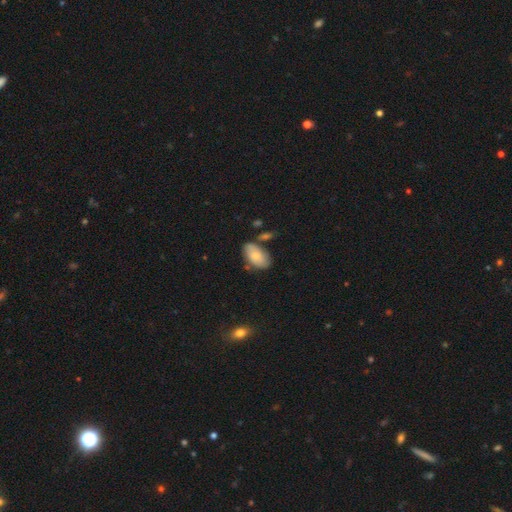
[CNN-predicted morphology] Smooth or featured? Predicted: smooth (p=0.72). How rounded? Predicted: in between (p=0.94). Merging? Predicted: none (p=0.64).